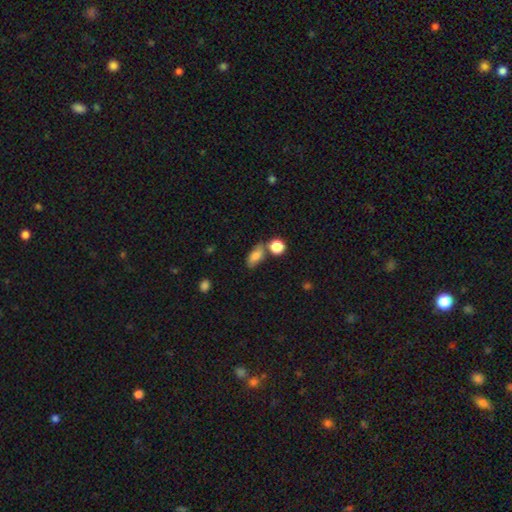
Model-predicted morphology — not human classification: Q: Smooth or featured?
A: smooth (76%); runner-up: featured or disk (13%)
Q: How rounded?
A: in between (79%); runner-up: round (12%)
Q: Merging?
A: none (54%); runner-up: merger (20%)